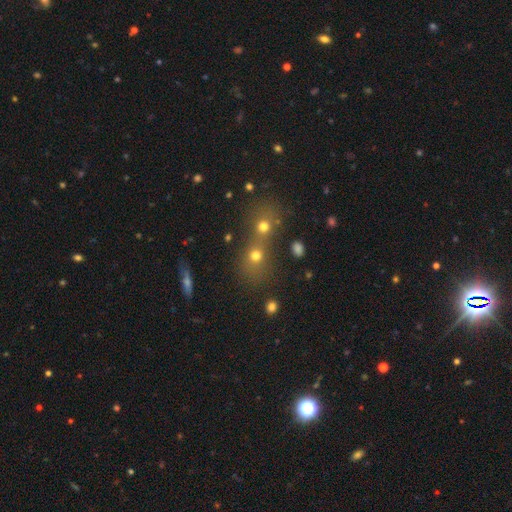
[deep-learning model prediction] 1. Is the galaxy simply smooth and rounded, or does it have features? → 70% smooth, 18% star or artifact, 12% featured or disk.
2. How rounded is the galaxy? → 75% round, 23% in between, 2% cigar-shaped.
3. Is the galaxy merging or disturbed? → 55% merger, 33% none, 6% minor disturbance, 5% major disturbance.